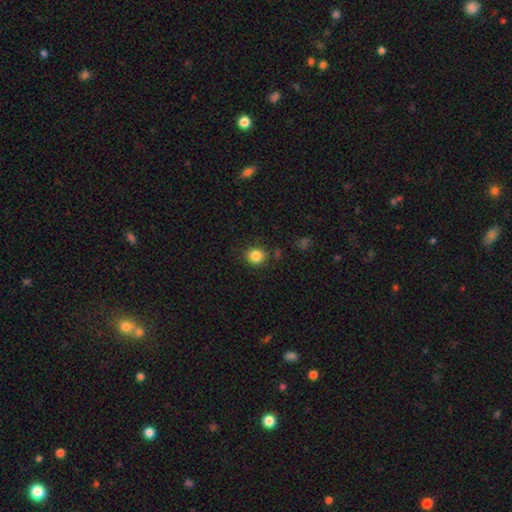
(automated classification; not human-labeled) The model was most divided on "how rounded": round: 79%, in between: 20%, cigar-shaped: 1%. More confident: merging — none (85%); smooth or featured — smooth (84%).